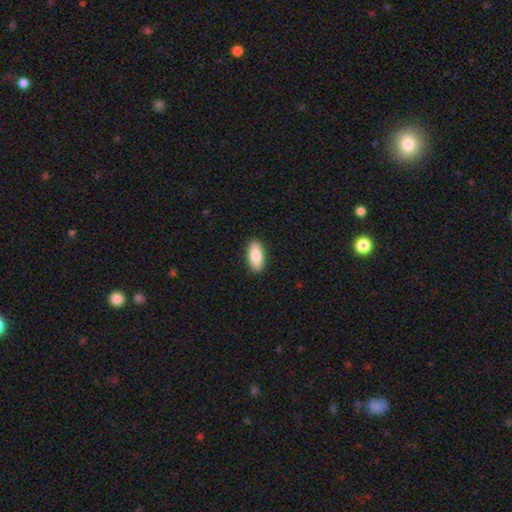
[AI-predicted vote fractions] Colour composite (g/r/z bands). It shows a smooth galaxy with no disk features (85%) that is in between round and cigar-shaped (86%). Merging: none (90%).